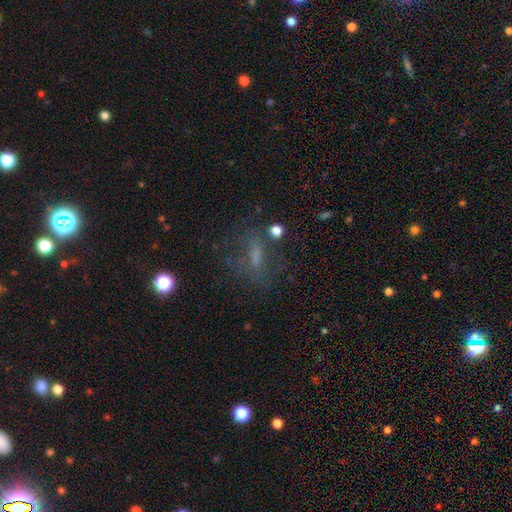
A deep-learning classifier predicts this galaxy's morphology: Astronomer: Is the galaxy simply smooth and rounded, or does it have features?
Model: smooth — 43% (runner-up: featured or disk, 34%).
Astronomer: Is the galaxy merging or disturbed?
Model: none — 58%.